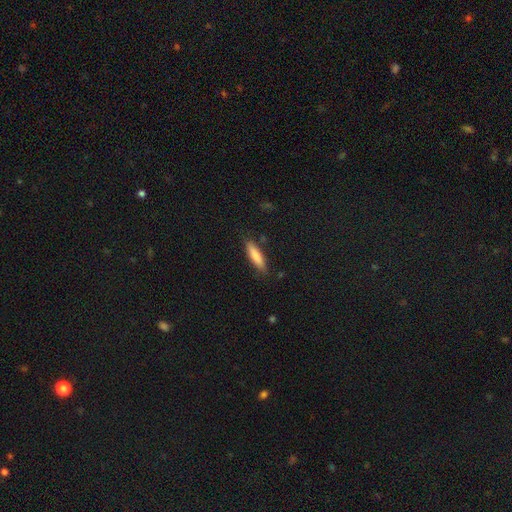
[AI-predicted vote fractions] A smooth galaxy with no disk features (82%) that is cigar-shaped (70%).

Vote fractions:
- Smooth or featured? smooth: 82% / featured or disk: 12% / star or artifact: 6%
- How rounded? cigar-shaped: 70% / in between: 29% / round: 1%
- Merging? none: 83% / minor disturbance: 13% / major disturbance: 3% / merger: 2%